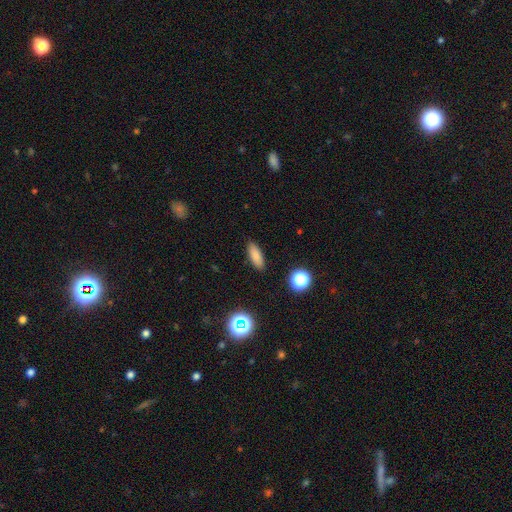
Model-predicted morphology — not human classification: type=smooth (82%); roundness=in between (65%); merging=none (89%).